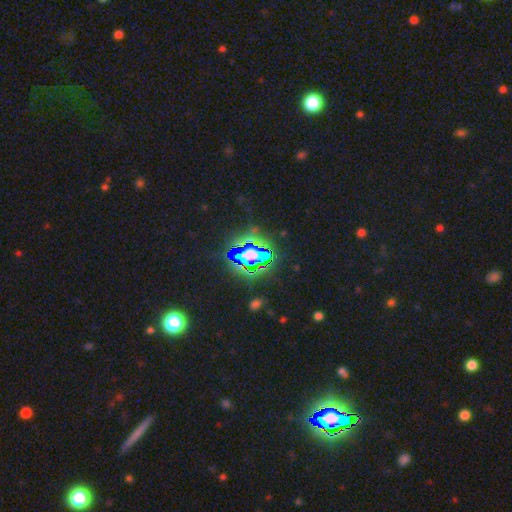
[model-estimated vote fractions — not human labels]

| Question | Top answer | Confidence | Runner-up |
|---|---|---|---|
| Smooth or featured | star or artifact | 64% | smooth (21%) |